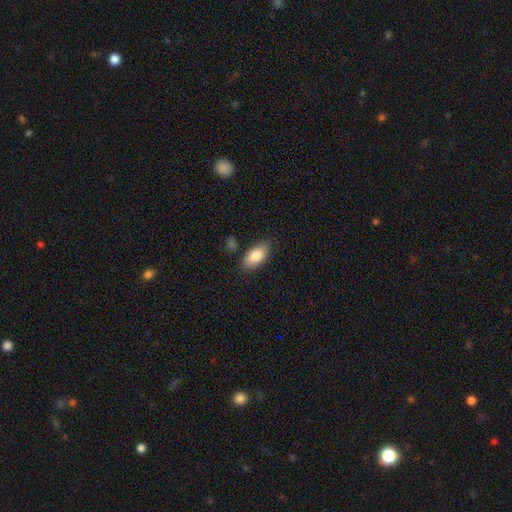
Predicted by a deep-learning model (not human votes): smooth 84%, featured or disk 10%, star or artifact 6%. Down the decision tree: how rounded — in between (89%); merging — none (81%).